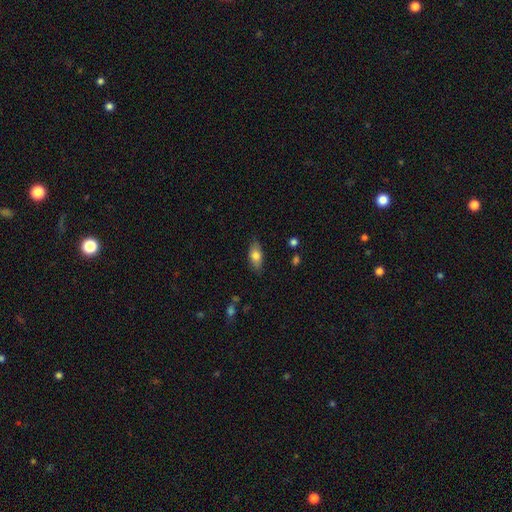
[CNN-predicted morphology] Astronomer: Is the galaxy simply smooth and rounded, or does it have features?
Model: smooth — 76%.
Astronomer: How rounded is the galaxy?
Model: in between — 86%.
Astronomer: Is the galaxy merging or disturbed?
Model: none — 83%.